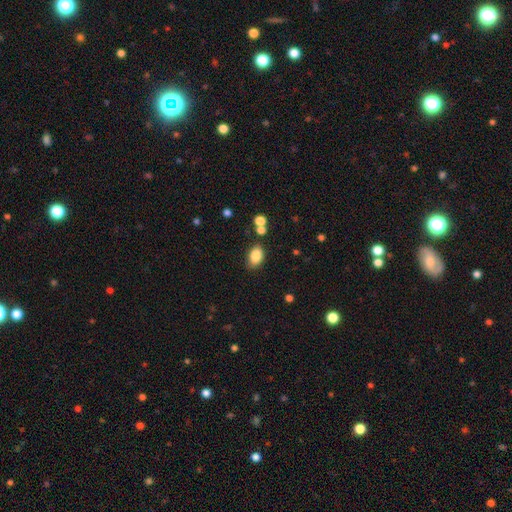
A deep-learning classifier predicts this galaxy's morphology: Smooth or featured: smooth — 85% (star or artifact — 9%)
How rounded: in between — 89% (round — 10%)
Merging: none — 78% (minor disturbance — 13%)